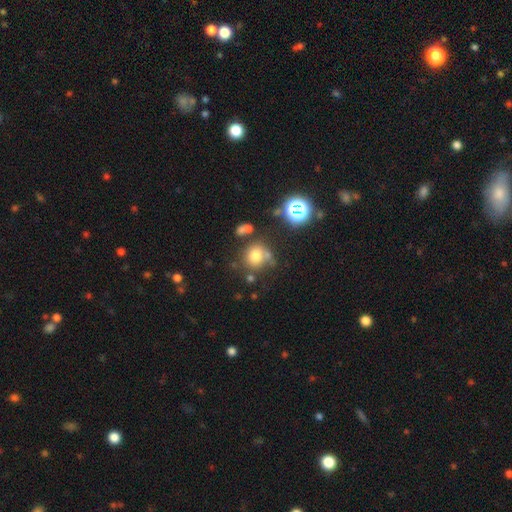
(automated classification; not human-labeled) Q: Smooth or featured?
A: smooth (71%); runner-up: star or artifact (18%)
Q: How rounded?
A: round (83%); runner-up: in between (16%)
Q: Merging?
A: none (58%); runner-up: minor disturbance (17%)